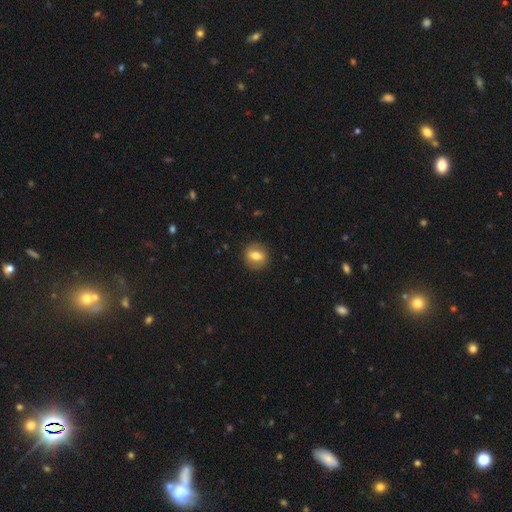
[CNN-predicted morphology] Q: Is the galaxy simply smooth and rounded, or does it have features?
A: smooth — 61%.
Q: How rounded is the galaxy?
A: round — 66%.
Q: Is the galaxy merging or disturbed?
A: none — 87%.